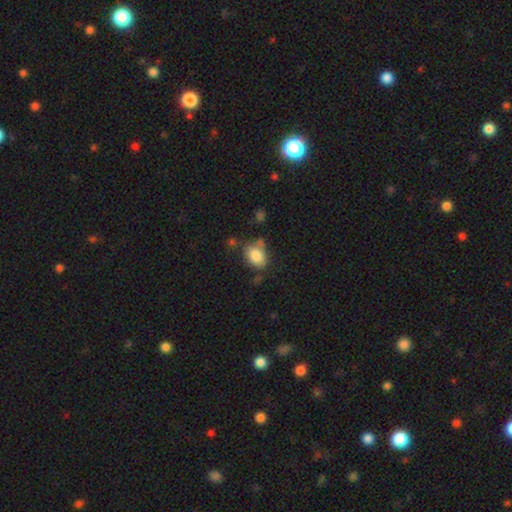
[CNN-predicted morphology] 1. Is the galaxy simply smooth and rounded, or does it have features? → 84% smooth, 8% star or artifact, 8% featured or disk.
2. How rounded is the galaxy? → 77% in between, 22% round, 1% cigar-shaped.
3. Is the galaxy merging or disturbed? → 62% none, 21% minor disturbance, 10% merger, 7% major disturbance.